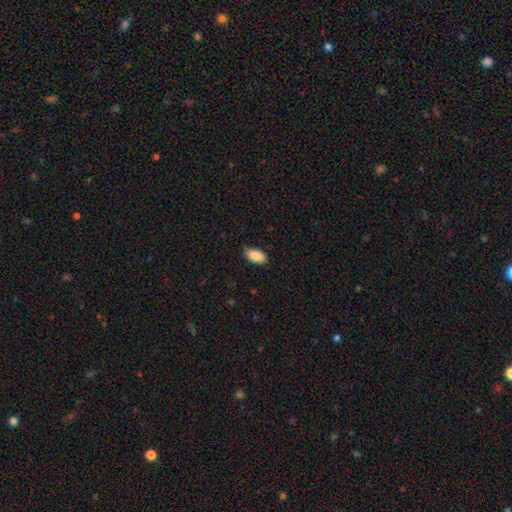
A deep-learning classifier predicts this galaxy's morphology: type=smooth (89%); roundness=in between (94%); merging=none (83%).